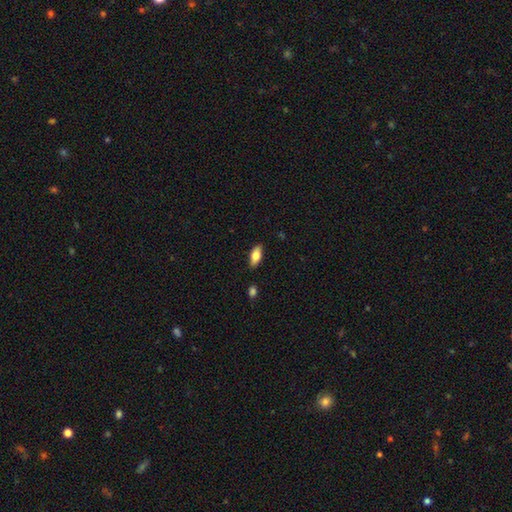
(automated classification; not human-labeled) The model was most divided on "smooth or featured": smooth: 76%, featured or disk: 18%, star or artifact: 6%. More confident: merging — none (86%); how rounded — in between (85%).